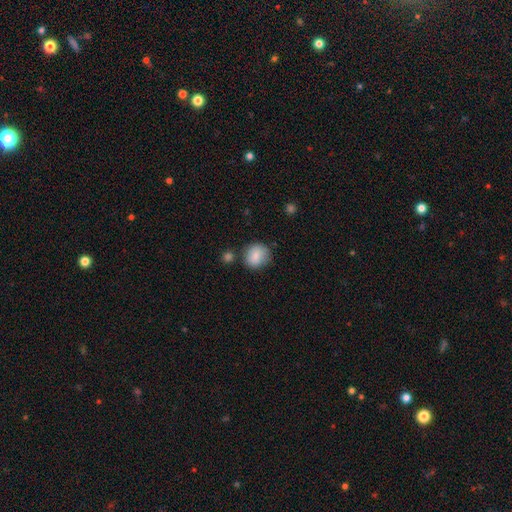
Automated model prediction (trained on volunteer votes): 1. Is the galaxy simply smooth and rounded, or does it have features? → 84% smooth, 8% featured or disk, 8% star or artifact.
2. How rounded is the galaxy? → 81% round, 18% in between, 1% cigar-shaped.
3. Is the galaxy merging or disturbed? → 75% none, 15% minor disturbance, 7% merger, 4% major disturbance.